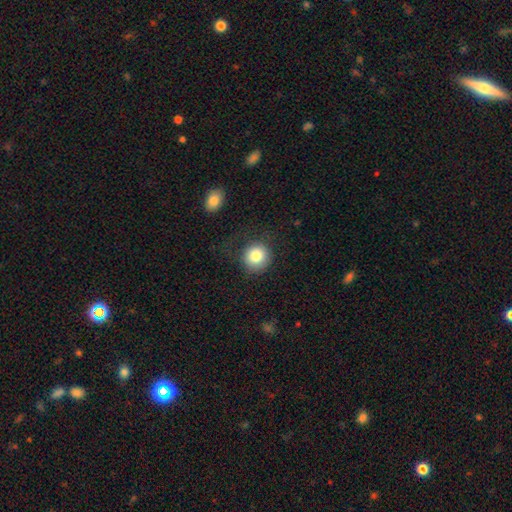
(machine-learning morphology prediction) The model was most divided on "merging": none: 75%, minor disturbance: 14%, major disturbance: 9%, merger: 2%. More confident: how rounded — round (90%); smooth or featured — smooth (83%).